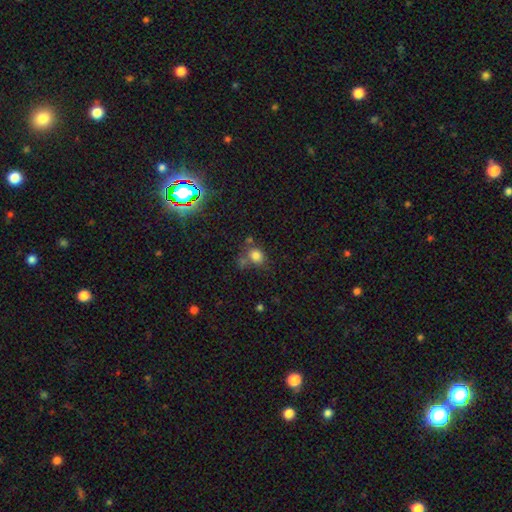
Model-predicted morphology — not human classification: A smooth galaxy with no disk features (79%) that is round (67%). Merging: none (57%).